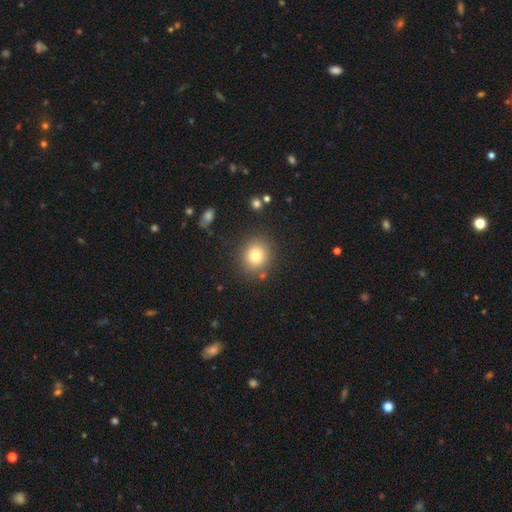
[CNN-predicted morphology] Q: Smooth or featured?
A: smooth (78%); runner-up: star or artifact (12%)
Q: How rounded?
A: round (82%); runner-up: in between (17%)
Q: Merging?
A: none (85%); runner-up: minor disturbance (8%)